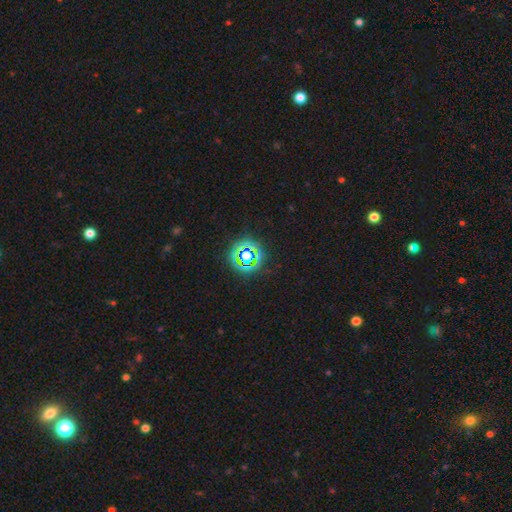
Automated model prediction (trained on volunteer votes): Smooth or featured?
  - star or artifact: 78% *
  - smooth: 16%
  - featured or disk: 6%